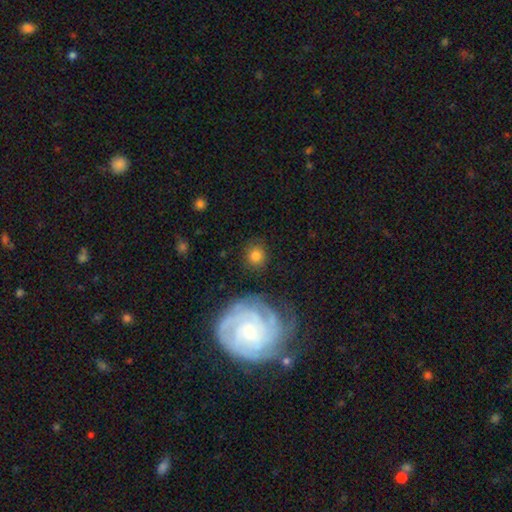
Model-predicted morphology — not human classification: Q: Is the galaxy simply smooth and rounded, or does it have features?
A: smooth — 74%.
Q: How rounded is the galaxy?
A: round — 88%.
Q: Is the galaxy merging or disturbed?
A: none — 83%.